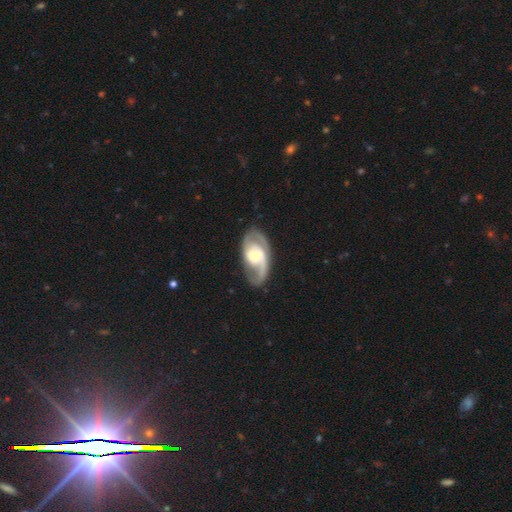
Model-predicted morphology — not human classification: Smooth or featured: featured or disk — 83% (smooth — 13%)
Edge-on disk: no — 96% (yes — 4%)
Bar: no — 50% (weak — 37%)
Spiral arms: yes — 92% (no — 8%)
Spiral winding: medium — 49% (loose — 25%)
Spiral arm count: 2 — 82% (1 — 7%)
Bulge size: moderate — 47% (small — 35%)
Merging: none — 73% (minor disturbance — 16%)